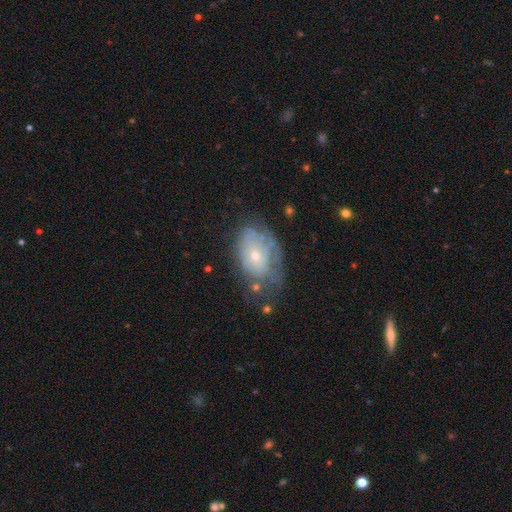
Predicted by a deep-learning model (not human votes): A featured or disk galaxy (62%) with no bar (84%), spiral arms (54%) and a small central bulge (56%).

Vote fractions:
- Smooth or featured? featured or disk: 62% / smooth: 30% / star or artifact: 8%
- Edge-on disk? no: 95% / yes: 5%
- Bar? no: 84% / weak: 14% / strong: 2%
- Spiral arms? yes: 54% / no: 46%
- Bulge size? small: 56% / moderate: 40% / large: 2% / none: 1% / dominant: 1%
- Merging? none: 41% / minor disturbance: 31% / major disturbance: 23% / merger: 4%